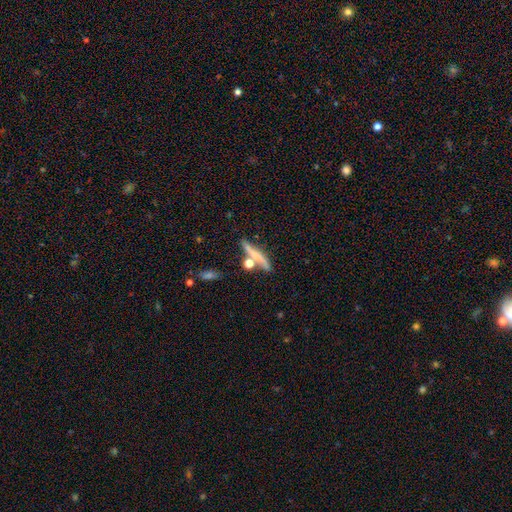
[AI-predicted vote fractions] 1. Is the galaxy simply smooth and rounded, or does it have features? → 48% smooth, 43% featured or disk, 9% star or artifact.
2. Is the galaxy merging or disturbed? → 63% none, 17% merger, 14% minor disturbance, 5% major disturbance.